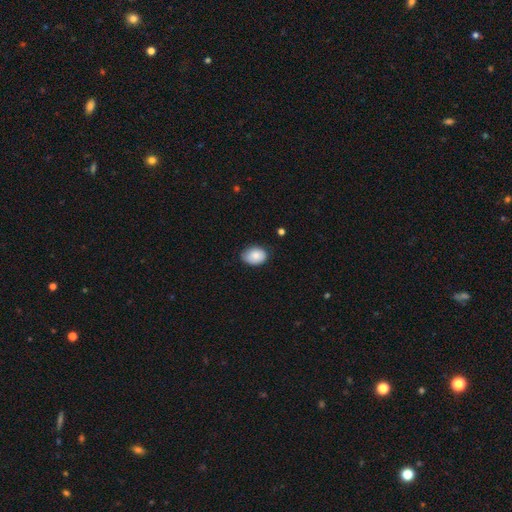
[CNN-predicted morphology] Smooth or featured? smooth (84%)
How rounded? in between (74%)
Merging? none (72%)